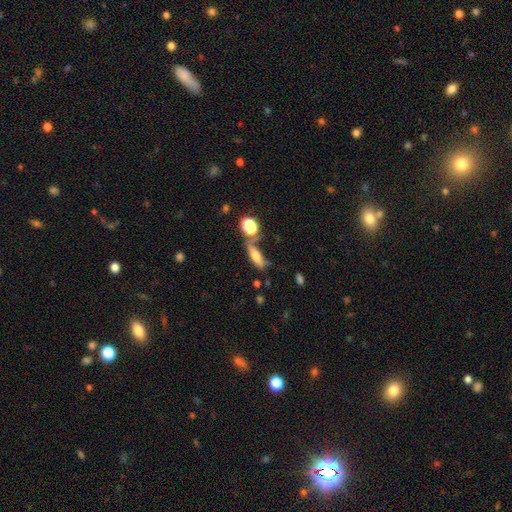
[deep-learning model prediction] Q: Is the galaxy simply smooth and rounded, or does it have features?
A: smooth — 59%.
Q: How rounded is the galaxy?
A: in between — 51%.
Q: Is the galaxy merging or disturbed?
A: none — 37%.